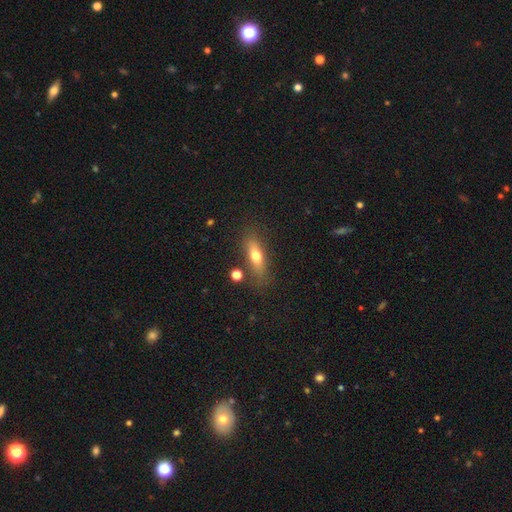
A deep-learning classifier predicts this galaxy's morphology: type=smooth (66%); roundness=in between (51%); merging=none (75%).